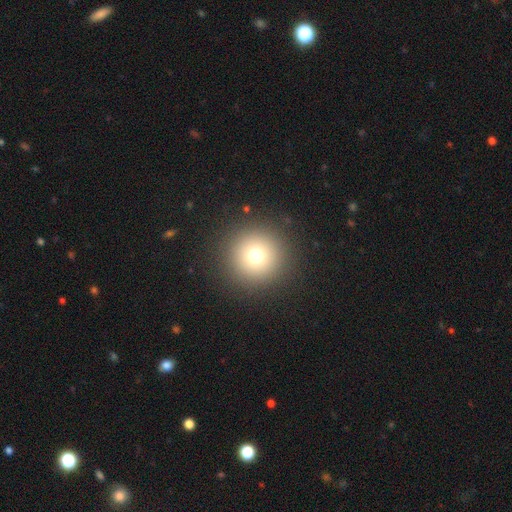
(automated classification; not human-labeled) This appears to be a smooth galaxy with no disk features (71%) that is round (96%). Merging: none (91%).